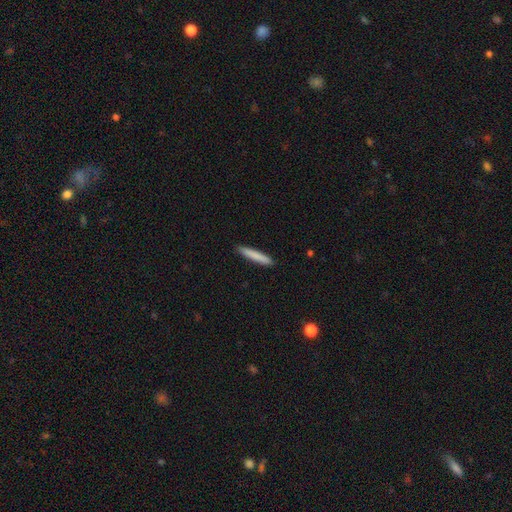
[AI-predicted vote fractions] Smooth or featured? Predicted: smooth (p=0.82). How rounded? Predicted: cigar-shaped (p=0.95). Merging? Predicted: none (p=0.91).